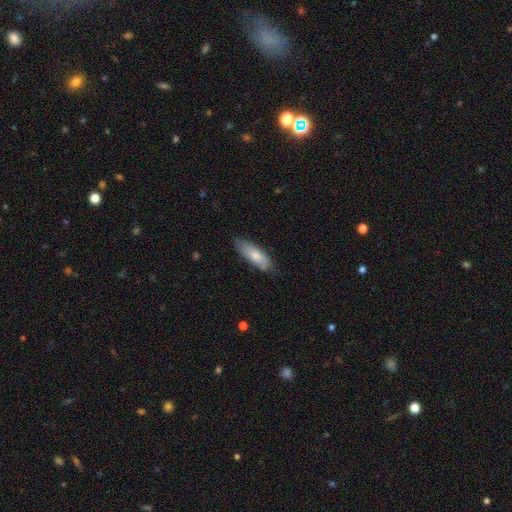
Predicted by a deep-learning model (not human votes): smooth_or_featured: smooth (p=0.74) [alt: featured or disk p=0.20]
how_rounded: in between (p=0.67) [alt: cigar-shaped p=0.31]
merging: none (p=0.75) [alt: minor disturbance p=0.21]